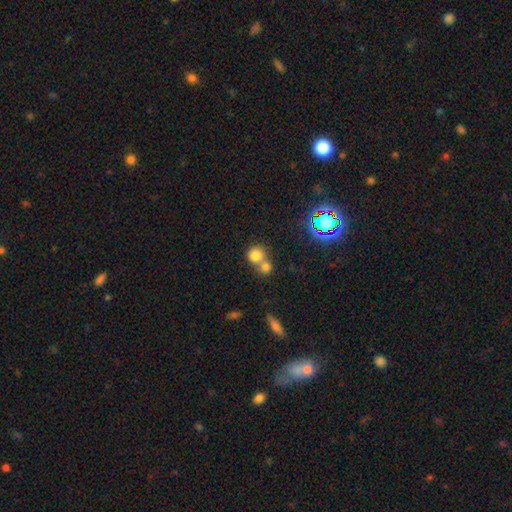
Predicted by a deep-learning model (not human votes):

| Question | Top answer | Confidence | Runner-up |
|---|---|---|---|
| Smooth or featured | smooth | 77% | star or artifact (14%) |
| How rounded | round | 86% | in between (13%) |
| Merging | merger | 51% | none (41%) |